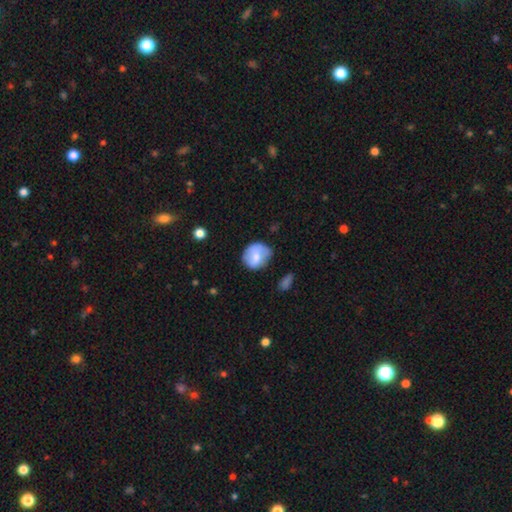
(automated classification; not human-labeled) Morphology: type=smooth (70%); roundness=round (72%); merging=none (55%).